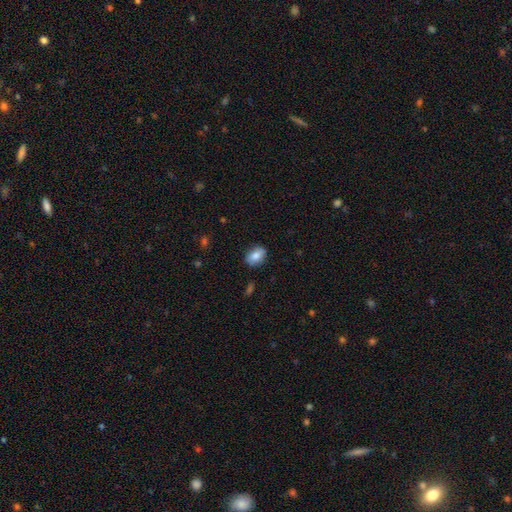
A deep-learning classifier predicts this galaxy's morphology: This appears to be a smooth galaxy with no disk features (77%) that is in between round and cigar-shaped (77%). Merging: none (84%).